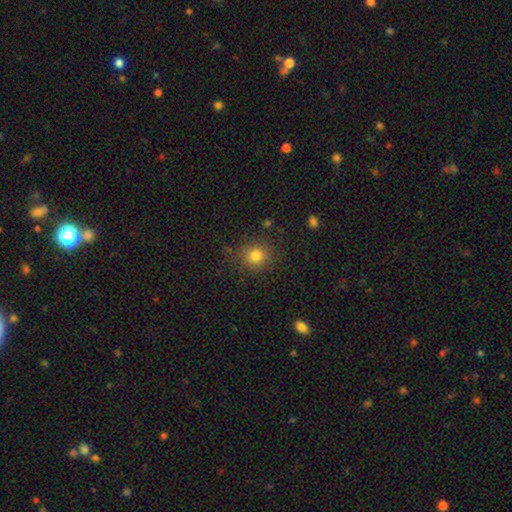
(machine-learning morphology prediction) smooth 81%, star or artifact 13%, featured or disk 6%. Down the decision tree: how rounded — round (85%); merging — none (84%).